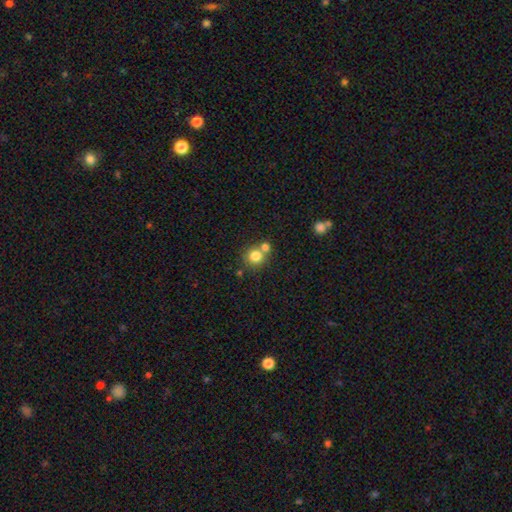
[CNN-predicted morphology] The model was most divided on "merging": none: 55%, merger: 35%, minor disturbance: 7%, major disturbance: 3%. More confident: how rounded — round (89%); smooth or featured — smooth (79%).